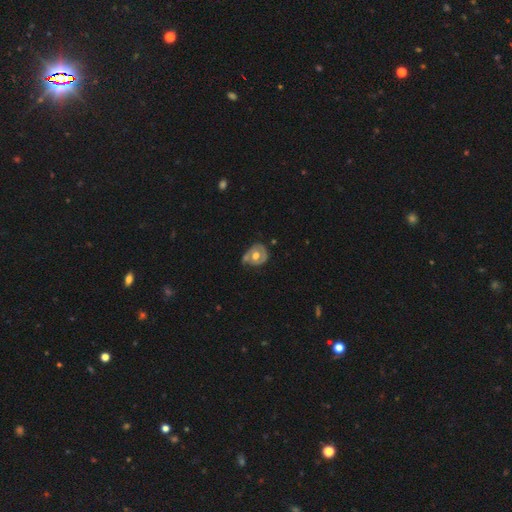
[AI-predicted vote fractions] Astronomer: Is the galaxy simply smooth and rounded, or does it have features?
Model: featured or disk — 58% (runner-up: smooth, 36%).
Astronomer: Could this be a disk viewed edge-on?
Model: no — 96%.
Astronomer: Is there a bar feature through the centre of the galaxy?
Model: no — 78%.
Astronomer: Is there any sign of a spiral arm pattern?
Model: no — 53% (runner-up: yes, 47%).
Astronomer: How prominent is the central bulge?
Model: moderate — 70%.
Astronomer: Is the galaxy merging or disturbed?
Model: none — 45% (runner-up: minor disturbance, 32%).